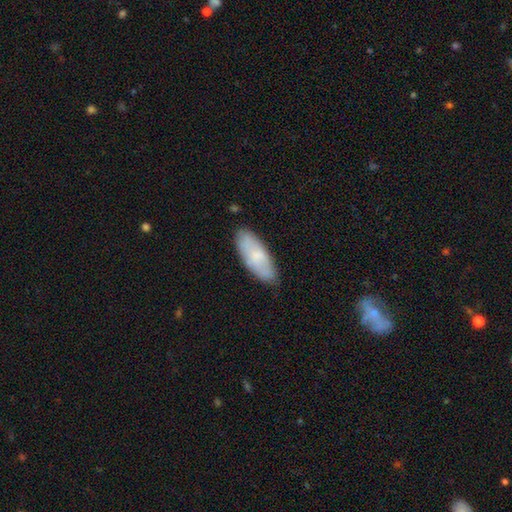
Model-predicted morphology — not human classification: Q: Smooth or featured?
A: smooth (71%); runner-up: featured or disk (23%)
Q: How rounded?
A: in between (77%); runner-up: cigar-shaped (21%)
Q: Merging?
A: none (80%); runner-up: minor disturbance (16%)